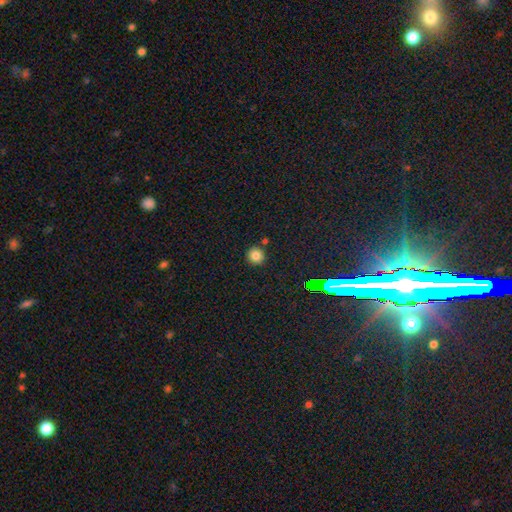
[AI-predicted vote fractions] This is clearly a smooth galaxy (80%). How rounded: clearly round (93%). Merging: clearly none (86%).